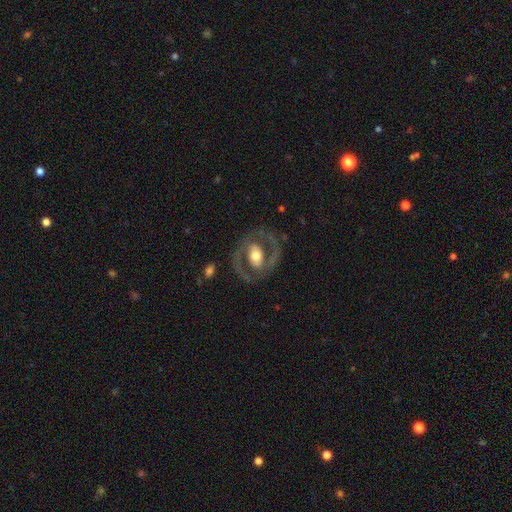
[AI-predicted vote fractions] A featured or disk galaxy (69%) with no bar (51%), no spiral arms (58%) and a moderate central bulge (61%). Merging: none (75%).